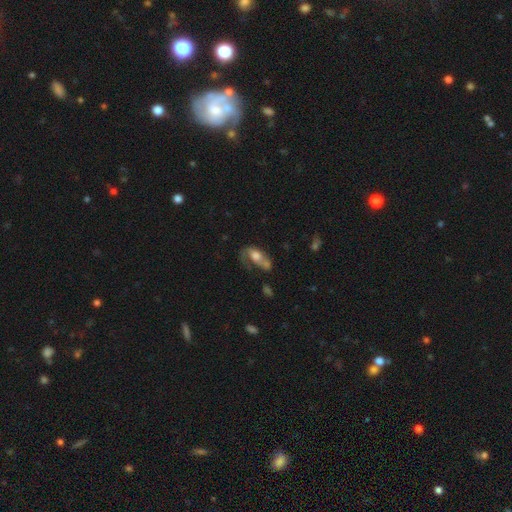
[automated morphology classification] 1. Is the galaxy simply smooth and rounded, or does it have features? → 47% smooth, 45% featured or disk, 8% star or artifact.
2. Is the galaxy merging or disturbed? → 34% major disturbance, 26% none, 21% minor disturbance, 19% merger.